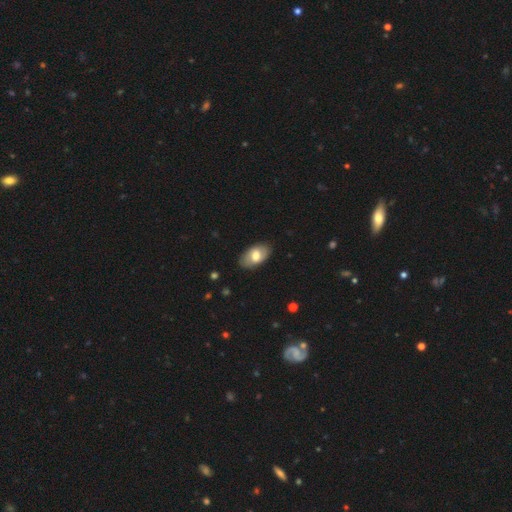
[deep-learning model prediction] Overall: smooth (68%). How rounded: in between (94%). Merging: none (84%).